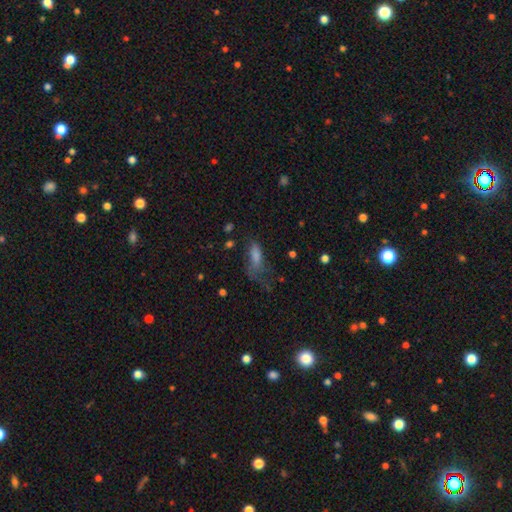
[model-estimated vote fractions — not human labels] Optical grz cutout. It shows a smooth galaxy with no disk features (55%) that is in between round and cigar-shaped (65%). Merging: major disturbance (39%).